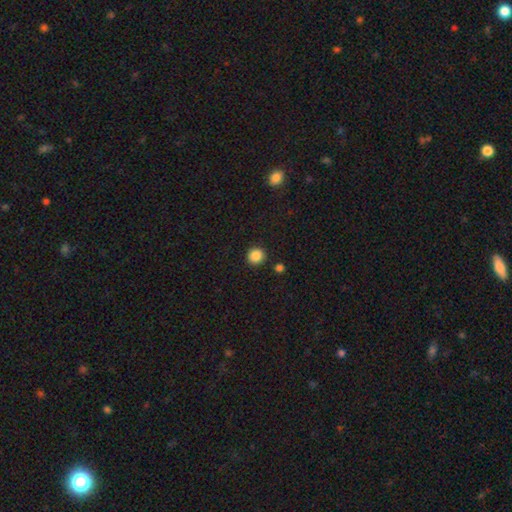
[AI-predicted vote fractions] smooth 86%, star or artifact 10%, featured or disk 3%. Down the decision tree: how rounded — round (93%); merging — none (91%).